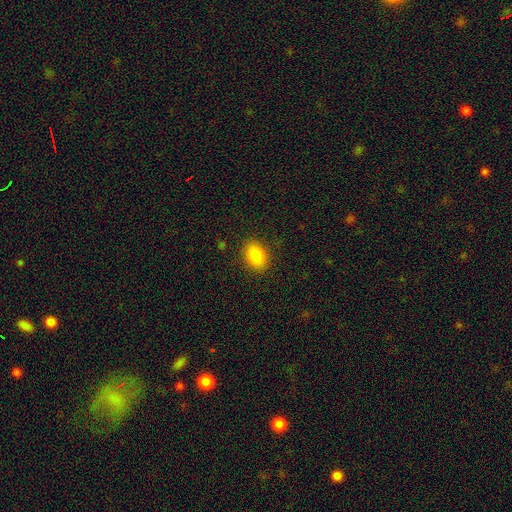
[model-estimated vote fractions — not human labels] Overall: smooth (84%). How rounded: in between (78%). Merging: none (88%).